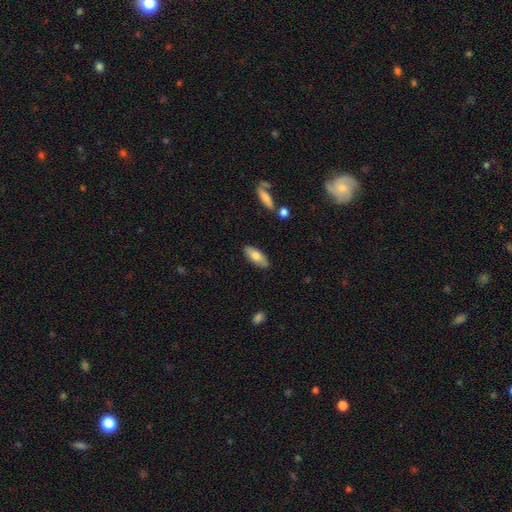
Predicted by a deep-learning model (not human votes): This is likely a smooth galaxy (77%). How rounded: likely in between (79%). Merging: clearly none (86%).